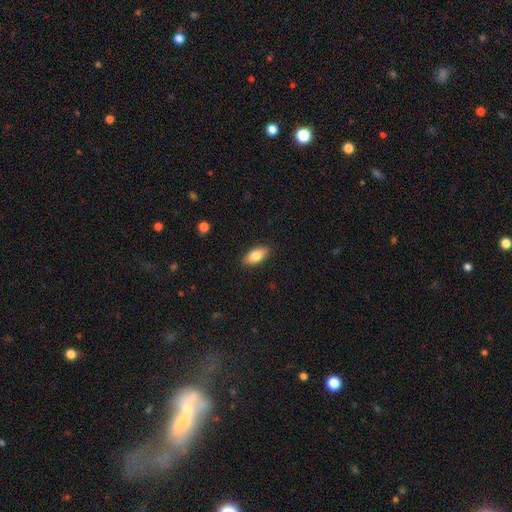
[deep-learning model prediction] Smooth or featured? Predicted: smooth (p=0.81). How rounded? Predicted: in between (p=0.87). Merging? Predicted: none (p=0.89).